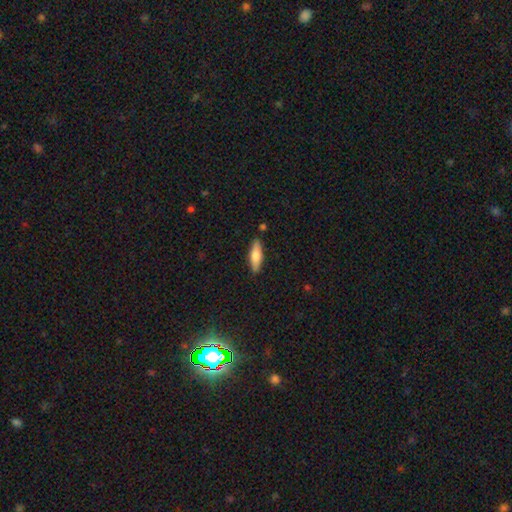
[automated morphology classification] The model was most divided on "how rounded": cigar-shaped: 54%, in between: 44%, round: 2%. More confident: merging — none (87%); smooth or featured — smooth (67%).